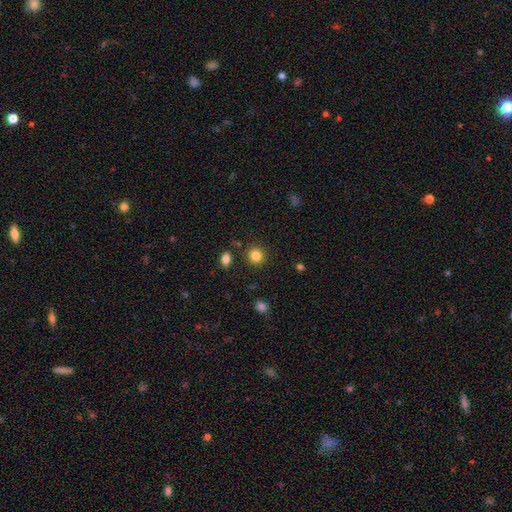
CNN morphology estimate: Overall: smooth (83%). How rounded: round (88%). Merging: none (88%).